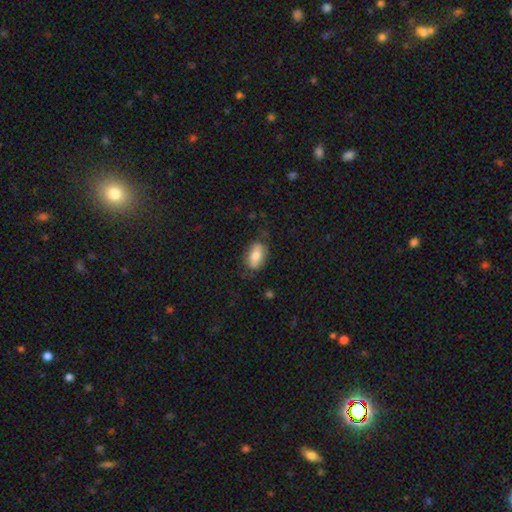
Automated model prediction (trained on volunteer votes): Smooth or featured?
  - smooth: 73% *
  - featured or disk: 20%
  - star or artifact: 7%
How rounded?
  - in between: 89% *
  - round: 7%
  - cigar-shaped: 4%
Merging?
  - none: 70% *
  - minor disturbance: 21%
  - major disturbance: 8%
  - merger: 1%